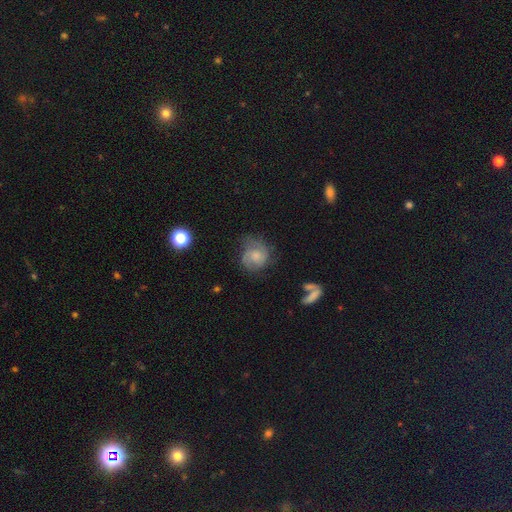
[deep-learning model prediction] A featured or disk galaxy (54%) with no bar (71%), spiral arms (86%) and a small central bulge (36%). Merging: none (57%).